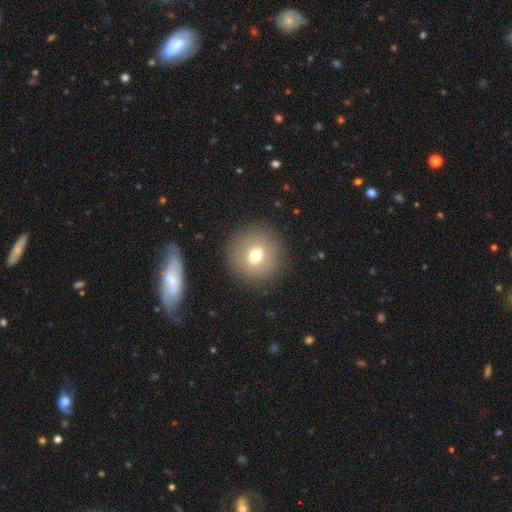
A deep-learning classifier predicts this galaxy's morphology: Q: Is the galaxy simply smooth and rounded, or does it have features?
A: smooth — 68%.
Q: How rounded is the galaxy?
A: round — 91%.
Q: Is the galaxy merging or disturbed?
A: none — 88%.